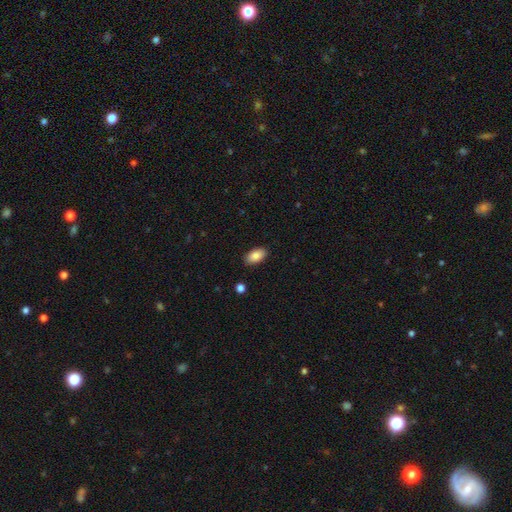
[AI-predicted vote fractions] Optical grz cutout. It shows a smooth galaxy with no disk features (87%) that is in between round and cigar-shaped (94%). Merging: none (89%).